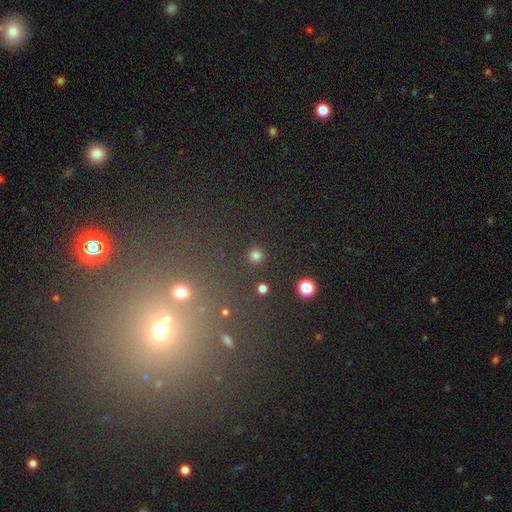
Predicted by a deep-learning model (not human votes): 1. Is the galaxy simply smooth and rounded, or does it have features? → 79% smooth, 17% star or artifact, 5% featured or disk.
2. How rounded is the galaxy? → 95% round, 4% in between, 1% cigar-shaped.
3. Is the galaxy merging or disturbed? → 91% none, 5% minor disturbance, 2% major disturbance, 2% merger.